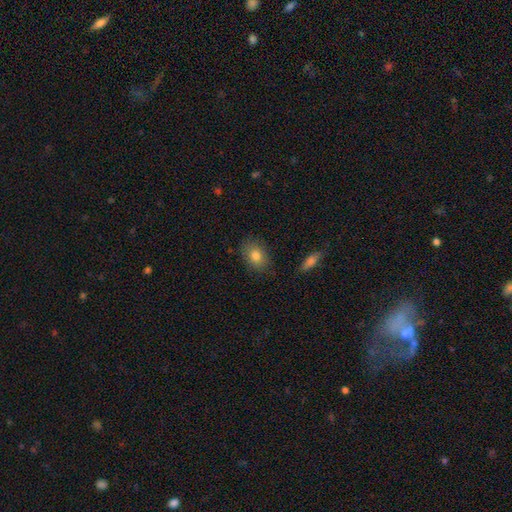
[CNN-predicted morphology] smooth-or-featured: smooth: 81% | featured or disk: 11% | star or artifact: 8%
  how-rounded: in between: 74% | round: 25% | cigar-shaped: 2%
  merging: none: 82% | minor disturbance: 13% | major disturbance: 3% | merger: 2%